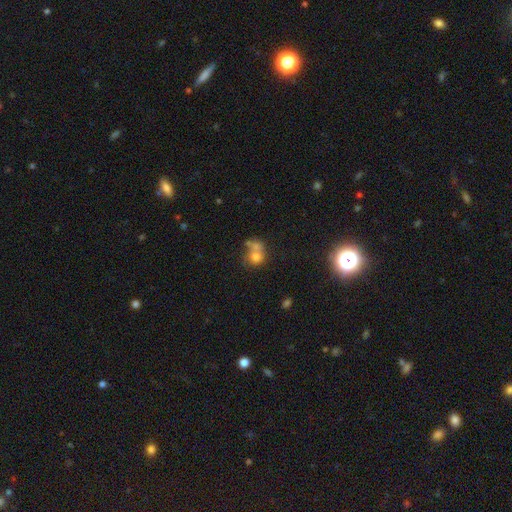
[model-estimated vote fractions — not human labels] The model was most divided on "merging": merger: 49%, none: 30%, minor disturbance: 11%, major disturbance: 10%. More confident: how rounded — round (68%); smooth or featured — smooth (66%).